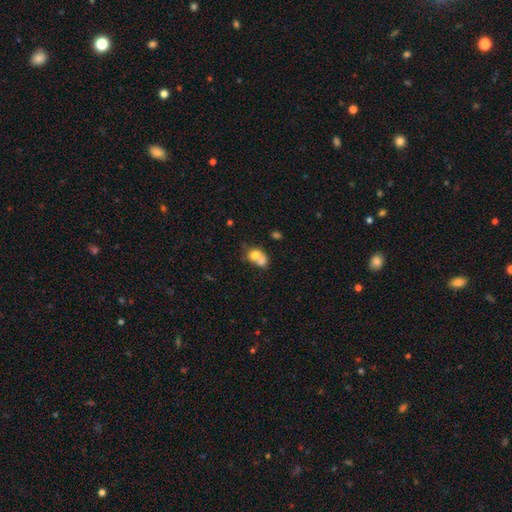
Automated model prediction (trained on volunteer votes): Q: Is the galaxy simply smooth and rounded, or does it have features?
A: smooth — 69%.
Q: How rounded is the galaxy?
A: round — 53%.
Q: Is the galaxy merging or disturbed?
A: merger — 66%.